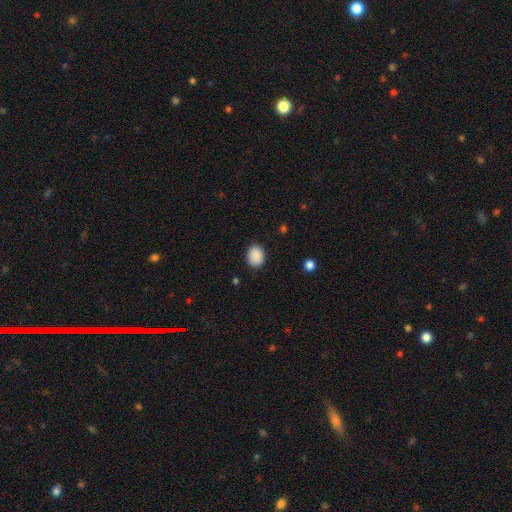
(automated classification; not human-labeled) Smooth or featured?
  - smooth: 90% *
  - star or artifact: 8%
  - featured or disk: 2%
How rounded?
  - in between: 56% *
  - round: 43%
  - cigar-shaped: 1%
Merging?
  - none: 87% *
  - minor disturbance: 10%
  - major disturbance: 3%
  - merger: 1%